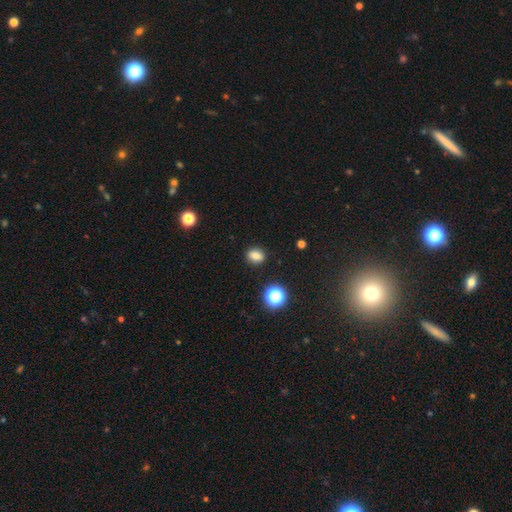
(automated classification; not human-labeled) This appears to be a smooth galaxy with no disk features (80%) that is in between round and cigar-shaped (52%). Merging: none (88%).